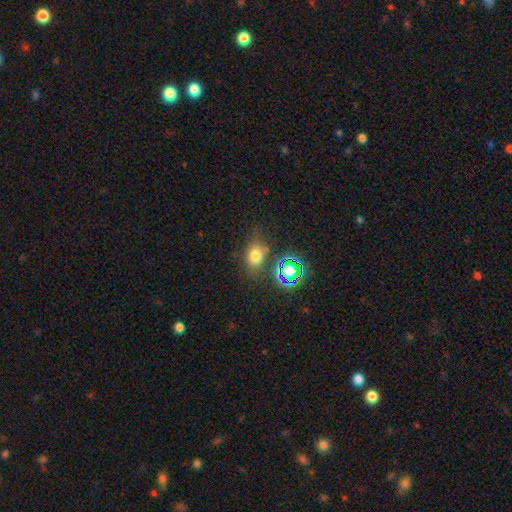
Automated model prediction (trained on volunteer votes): The model was most divided on "how rounded": in between: 61%, round: 37%, cigar-shaped: 2%. More confident: merging — none (70%); smooth or featured — smooth (67%).